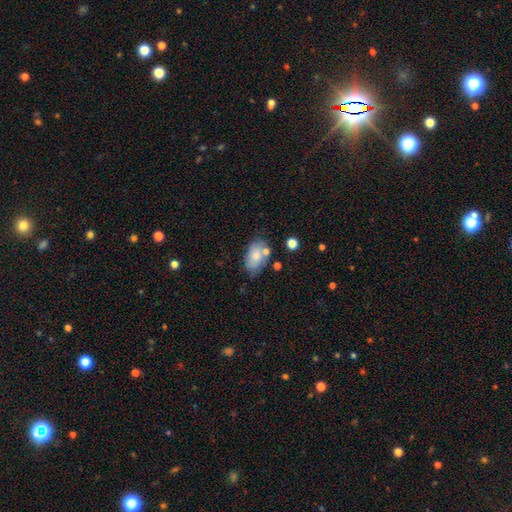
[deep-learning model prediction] smooth_or_featured: smooth (p=0.74) [alt: featured or disk p=0.18]
how_rounded: in between (p=0.91) [alt: round p=0.08]
merging: none (p=0.59) [alt: minor disturbance p=0.22]